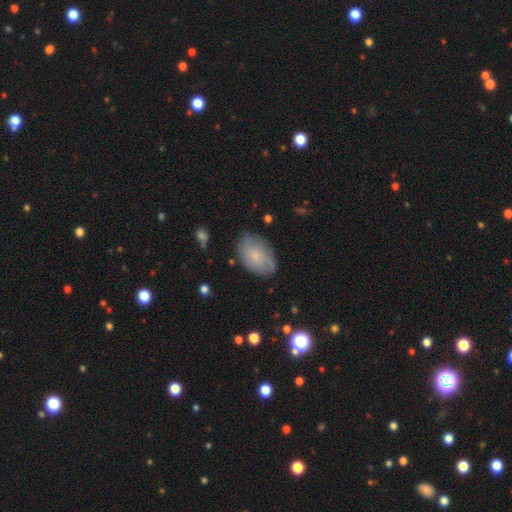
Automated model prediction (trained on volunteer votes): The model was most divided on "smooth or featured": smooth: 51%, featured or disk: 41%, star or artifact: 8%. More confident: how rounded — in between (87%); merging — none (72%).